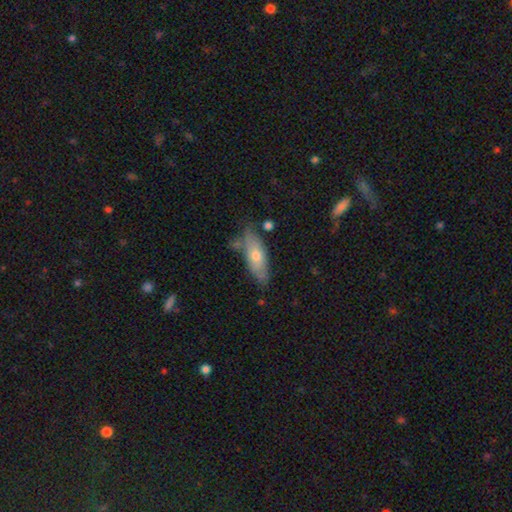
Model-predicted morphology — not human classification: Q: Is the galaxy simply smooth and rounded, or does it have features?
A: smooth — 59%.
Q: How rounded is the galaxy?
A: in between — 66%.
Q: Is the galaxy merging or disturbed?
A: none — 64%.